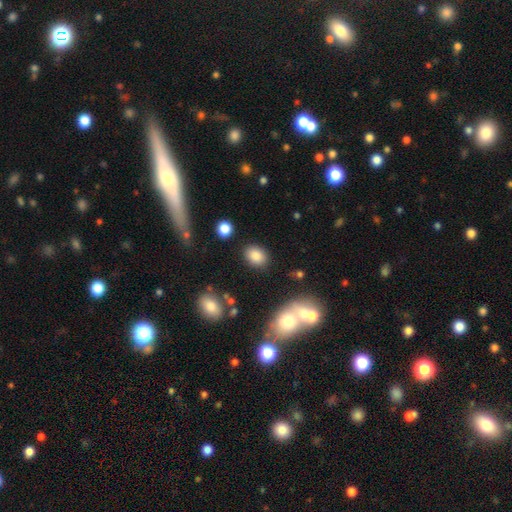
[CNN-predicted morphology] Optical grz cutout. It shows a smooth galaxy with no disk features (84%) that is in between round and cigar-shaped (61%). Merging: none (85%).